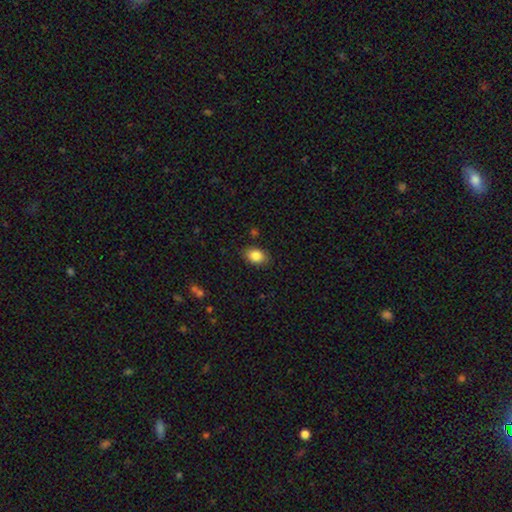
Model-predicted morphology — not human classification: A smooth galaxy with no disk features (85%) that is in between round and cigar-shaped (79%). Merging: none (84%).